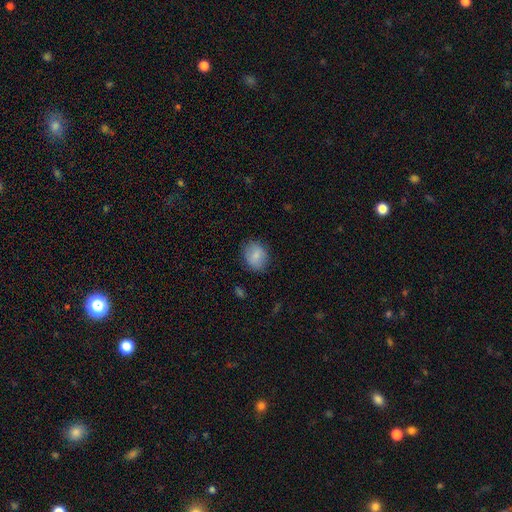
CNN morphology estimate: smooth-or-featured: smooth: 84% | featured or disk: 8% | star or artifact: 8%
  how-rounded: round: 51% | in between: 48% | cigar-shaped: 1%
  merging: none: 81% | minor disturbance: 14% | major disturbance: 4% | merger: 1%